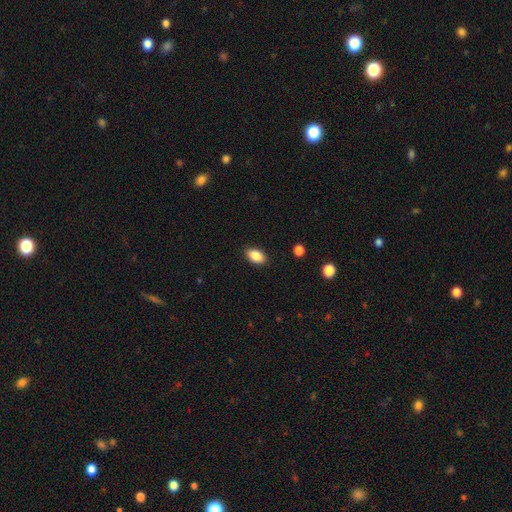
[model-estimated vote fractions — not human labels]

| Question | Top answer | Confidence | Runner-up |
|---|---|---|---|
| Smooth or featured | smooth | 88% | star or artifact (8%) |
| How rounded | in between | 91% | round (7%) |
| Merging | none | 88% | minor disturbance (8%) |